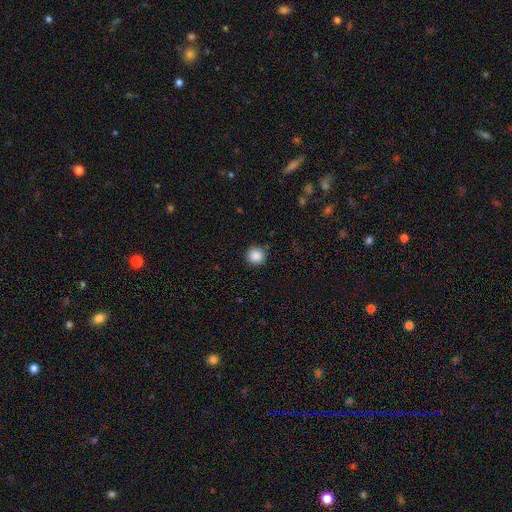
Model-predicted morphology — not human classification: This is clearly a smooth galaxy (88%). How rounded: clearly round (95%). Merging: clearly none (90%).